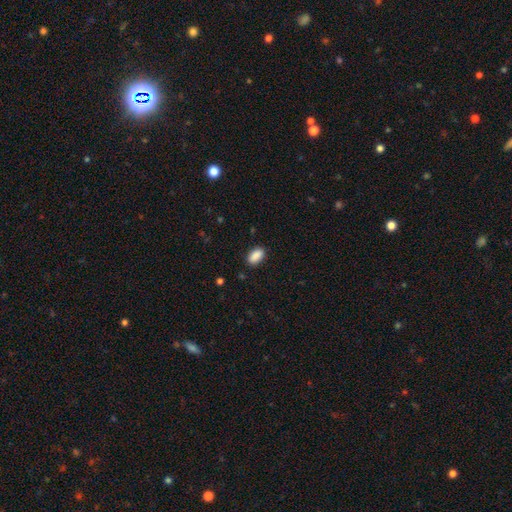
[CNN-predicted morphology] This is clearly a smooth galaxy (90%). How rounded: clearly in between (92%). Merging: clearly none (88%).